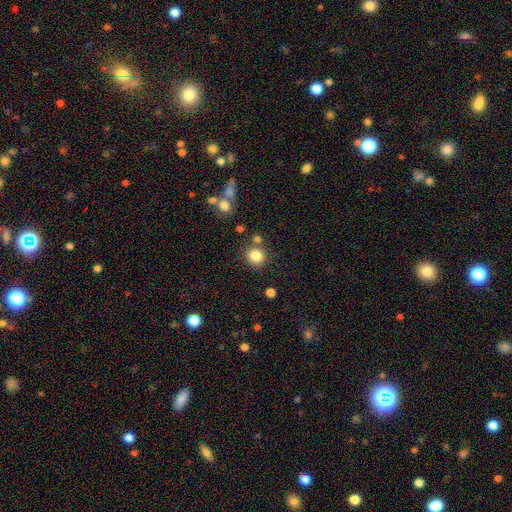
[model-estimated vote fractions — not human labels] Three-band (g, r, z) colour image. It shows a smooth galaxy with no disk features (84%) that is round (89%). Merging: none (77%).